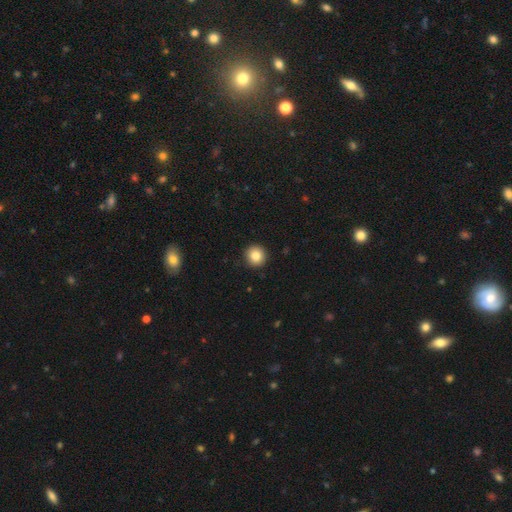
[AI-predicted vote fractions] Smooth or featured? smooth (83%)
How rounded? round (95%)
Merging? none (93%)